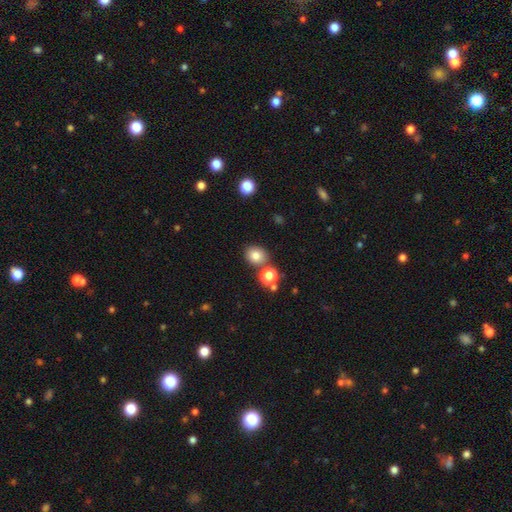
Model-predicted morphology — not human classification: The model was most divided on "how rounded": round: 63%, in between: 36%, cigar-shaped: 1%. More confident: smooth or featured — smooth (80%); merging — none (73%).